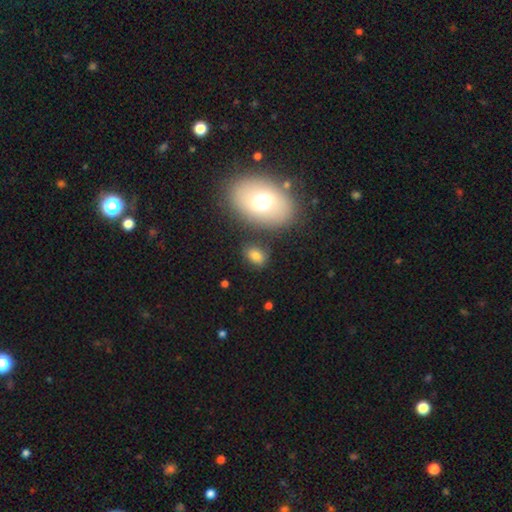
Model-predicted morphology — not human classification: Q: Smooth or featured?
A: smooth (76%); runner-up: star or artifact (13%)
Q: How rounded?
A: in between (77%); runner-up: round (21%)
Q: Merging?
A: none (74%); runner-up: minor disturbance (14%)